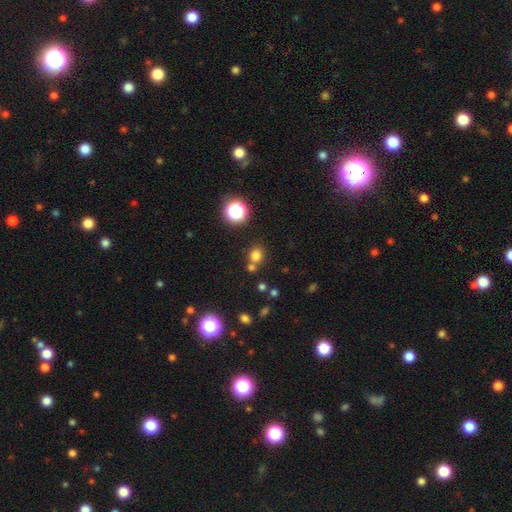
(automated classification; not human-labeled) smooth_or_featured: smooth (p=0.74) [alt: star or artifact p=0.20]
how_rounded: round (p=0.74) [alt: in between p=0.25]
merging: none (p=0.65) [alt: merger p=0.22]